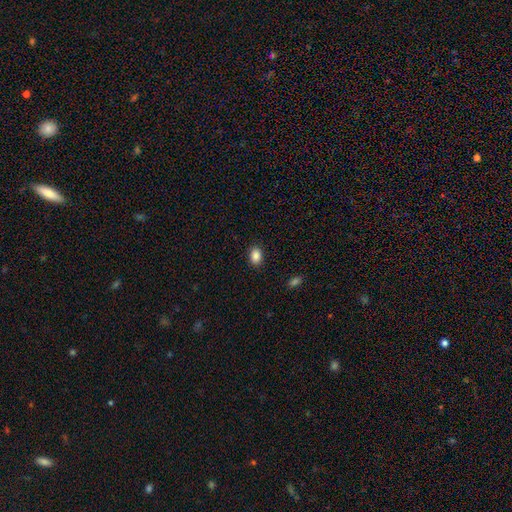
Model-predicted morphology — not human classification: smooth_or_featured: smooth (p=0.87) [alt: star or artifact p=0.09]
how_rounded: in between (p=0.75) [alt: round p=0.24]
merging: none (p=0.89) [alt: minor disturbance p=0.08]